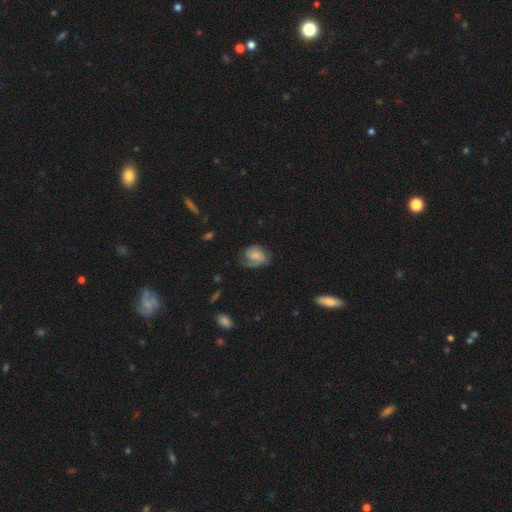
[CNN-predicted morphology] A featured or disk galaxy (51%).

Vote fractions:
- Smooth or featured? featured or disk: 51% / smooth: 41% / star or artifact: 8%
- Edge-on disk? no: 97% / yes: 3%
- Merging? none: 50% / minor disturbance: 26% / major disturbance: 22% / merger: 2%